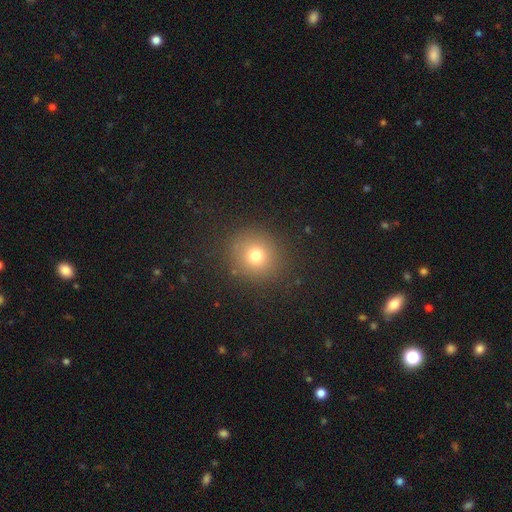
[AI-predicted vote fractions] Smooth or featured? Predicted: smooth (p=0.73). How rounded? Predicted: round (p=0.90). Merging? Predicted: none (p=0.88).